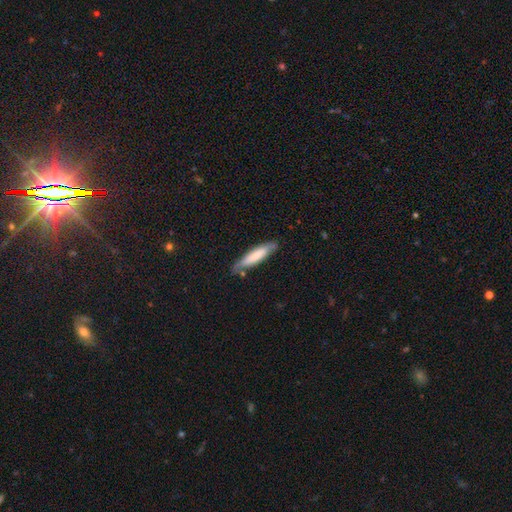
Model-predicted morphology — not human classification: This appears to be a smooth galaxy with no disk features (71%) that is cigar-shaped (79%). Merging: none (75%).